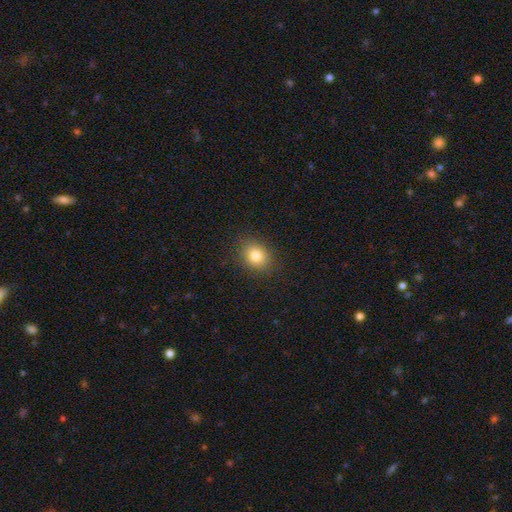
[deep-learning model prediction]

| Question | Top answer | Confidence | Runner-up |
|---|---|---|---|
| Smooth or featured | smooth | 81% | star or artifact (12%) |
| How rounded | round | 63% | in between (37%) |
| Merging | none | 88% | minor disturbance (8%) |